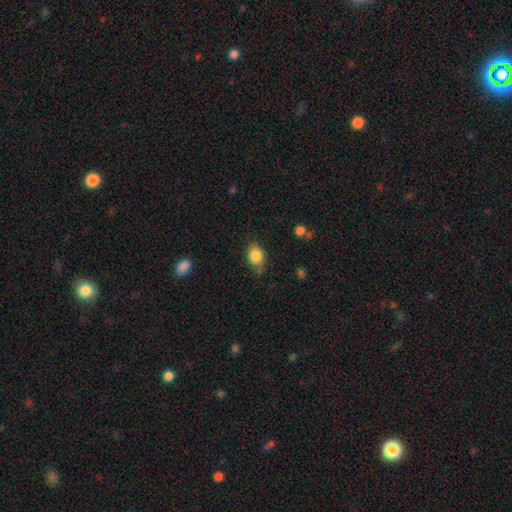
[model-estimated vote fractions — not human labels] Overall: smooth (85%). How rounded: in between (65%; round 34%). Merging: none (71%).